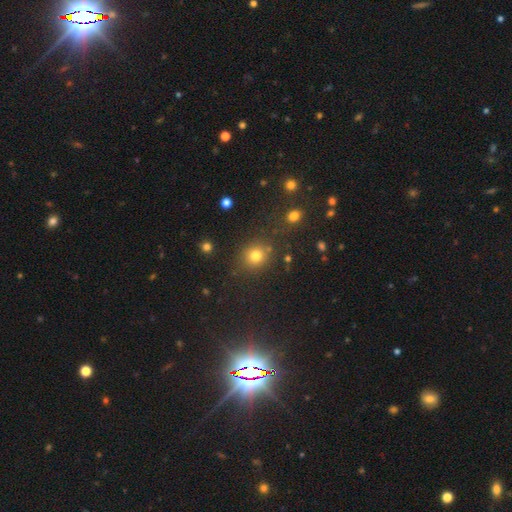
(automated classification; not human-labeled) Morphology: type=smooth (77%); roundness=round (87%); merging=none (80%).